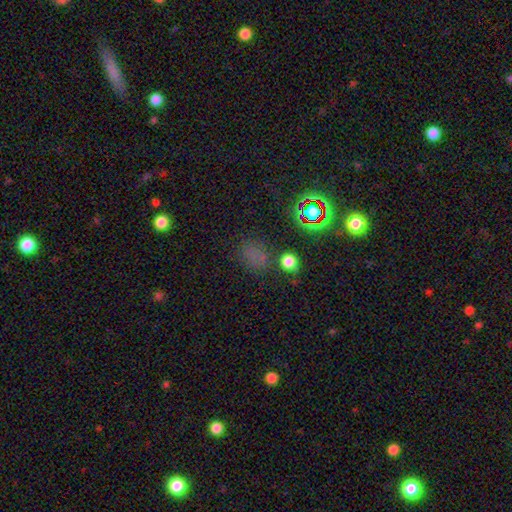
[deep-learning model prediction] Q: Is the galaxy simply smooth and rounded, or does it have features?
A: smooth — 54%.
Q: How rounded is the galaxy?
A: in between — 51%.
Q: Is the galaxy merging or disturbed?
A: none — 73%.